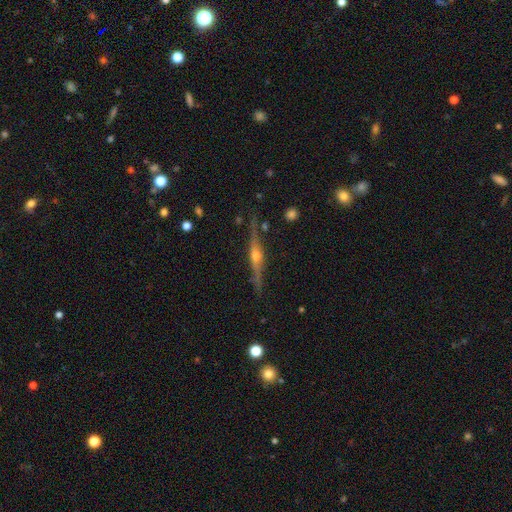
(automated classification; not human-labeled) The model was most divided on "smooth or featured": featured or disk: 82%, smooth: 11%, star or artifact: 7%. More confident: edge-on disk — yes (97%); edge-on bulge — rounded (90%); merging — none (86%).